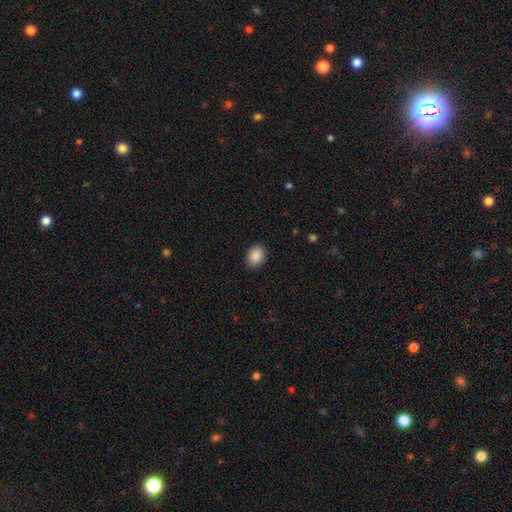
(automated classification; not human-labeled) The model was most divided on "how rounded": in between: 58%, round: 41%, cigar-shaped: 1%. More confident: merging — none (90%); smooth or featured — smooth (88%).